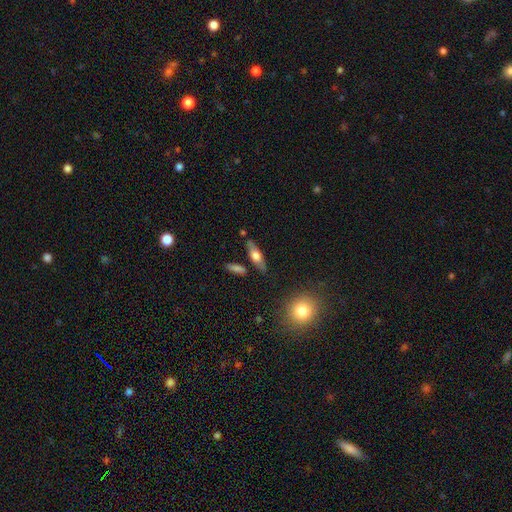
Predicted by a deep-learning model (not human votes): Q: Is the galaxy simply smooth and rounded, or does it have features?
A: smooth — 53%.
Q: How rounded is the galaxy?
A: in between — 51%.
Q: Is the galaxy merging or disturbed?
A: none — 79%.